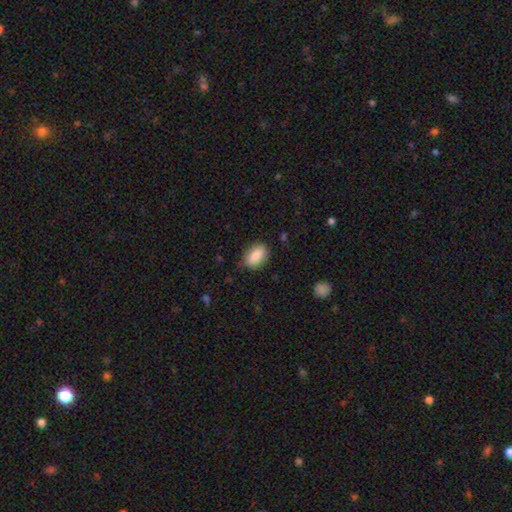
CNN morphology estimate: Smooth or featured? smooth (84%)
How rounded? in between (86%)
Merging? none (79%)